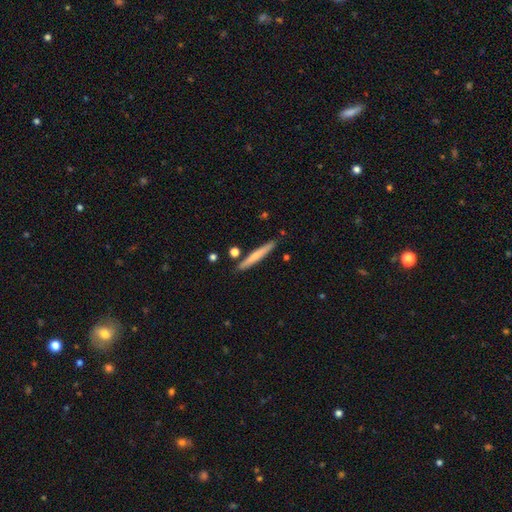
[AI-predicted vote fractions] smooth 62%, featured or disk 32%, star or artifact 6%. Down the decision tree: how rounded — cigar-shaped (95%); merging — none (87%).